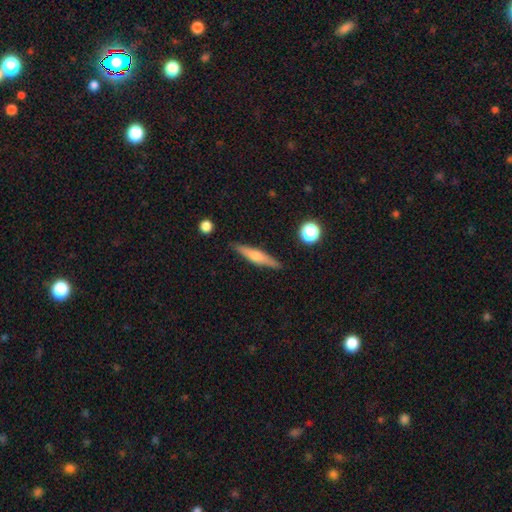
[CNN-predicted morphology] Smooth or featured? featured or disk (57%)
Edge-on disk? yes (96%)
Edge-on bulge? rounded (84%)
Merging? none (89%)